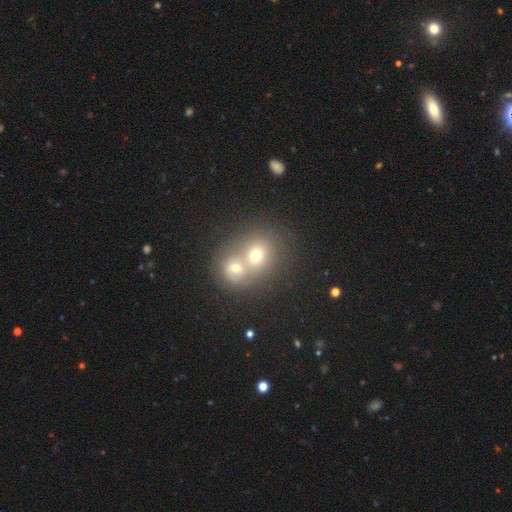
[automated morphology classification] This appears to be a smooth galaxy with no disk features (65%) that is round (74%). Merging: merger (64%).